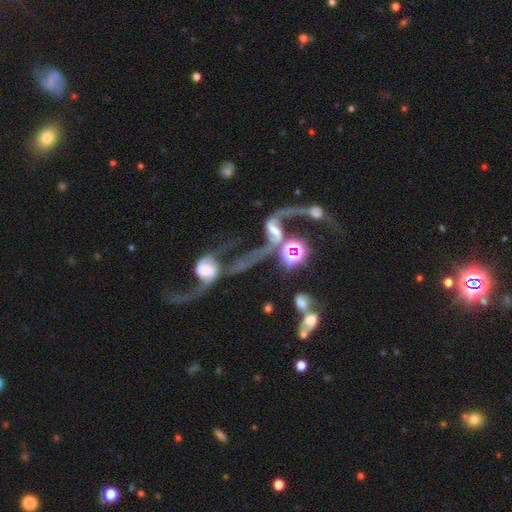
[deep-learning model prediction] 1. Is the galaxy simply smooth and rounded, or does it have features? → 57% featured or disk, 29% star or artifact, 14% smooth.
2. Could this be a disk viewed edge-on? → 80% no, 20% yes.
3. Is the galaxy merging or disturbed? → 40% merger, 29% none, 20% major disturbance, 11% minor disturbance.